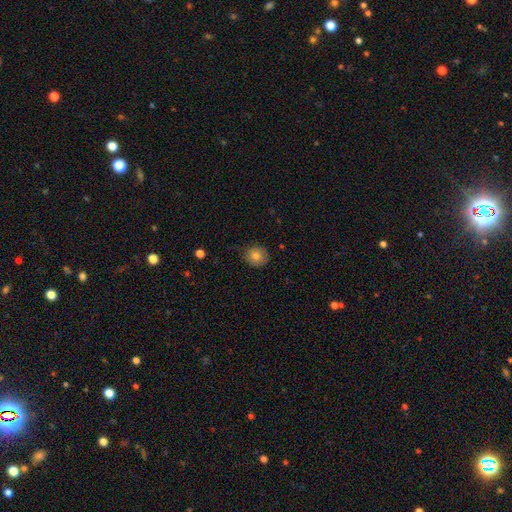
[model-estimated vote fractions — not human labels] Overall: smooth (81%). How rounded: round (81%). Merging: none (77%).